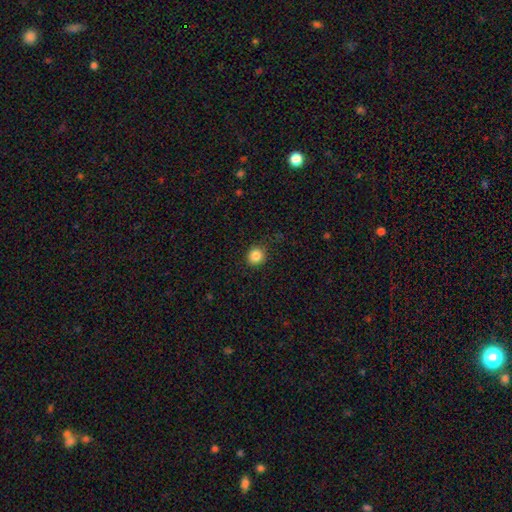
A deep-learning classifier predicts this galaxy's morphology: This appears to be a smooth galaxy with no disk features (85%) that is round (89%). Merging: none (86%).